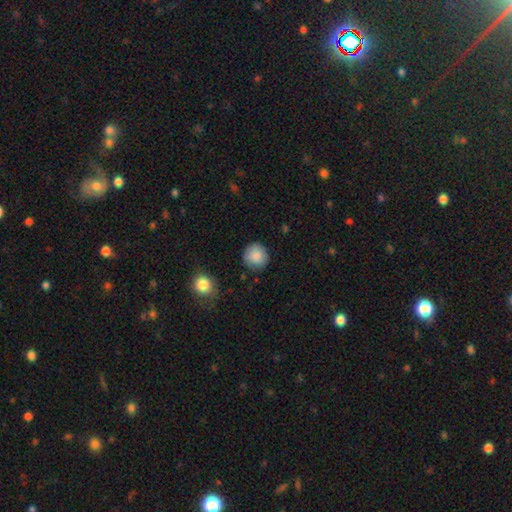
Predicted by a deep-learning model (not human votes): Smooth or featured? Predicted: smooth (p=0.87). How rounded? Predicted: round (p=0.93). Merging? Predicted: none (p=0.84).